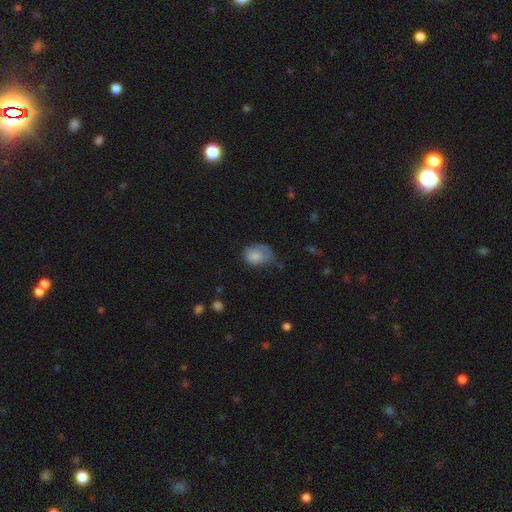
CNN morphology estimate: Overall: smooth (78%). How rounded: in between (66%; round 33%). Merging: minor disturbance (39%; none 33%).